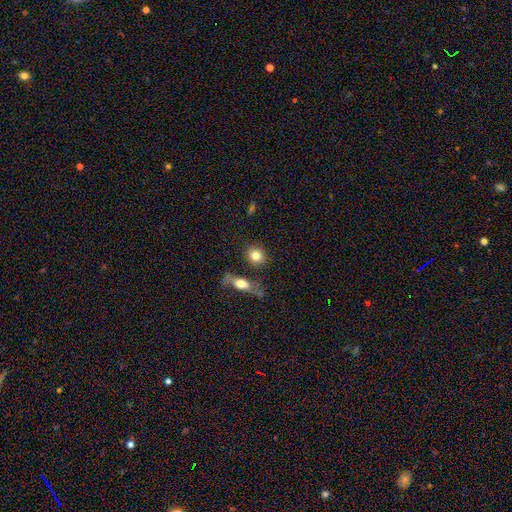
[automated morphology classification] smooth_or_featured: smooth (p=0.81) [alt: featured or disk p=0.10]
how_rounded: round (p=0.79) [alt: in between p=0.19]
merging: none (p=0.79) [alt: minor disturbance p=0.10]